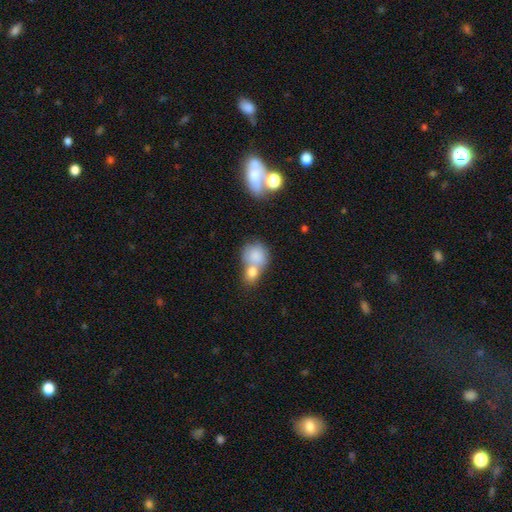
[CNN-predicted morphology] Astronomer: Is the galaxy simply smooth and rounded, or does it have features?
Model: smooth — 79%.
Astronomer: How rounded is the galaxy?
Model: round — 68%.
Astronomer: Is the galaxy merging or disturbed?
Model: merger — 63%.